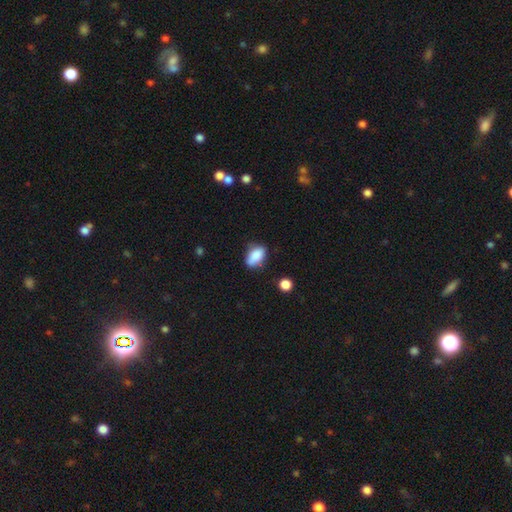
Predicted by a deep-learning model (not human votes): Smooth or featured? smooth (85%)
How rounded? in between (89%)
Merging? none (67%)